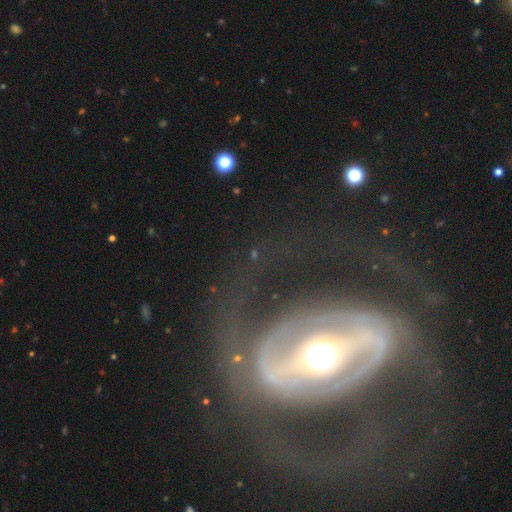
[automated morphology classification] smooth-or-featured: featured or disk: 84% | smooth: 10% | star or artifact: 7%
  disk-edge-on: no: 93% | yes: 7%
    bar: strong: 59% | no: 21% | weak: 20%
    has-spiral-arms: yes: 67% | no: 33%
      spiral-winding: tight: 41% | medium: 38% | loose: 20%
      spiral-arm-count: 2: 74% | can't tell: 13% | 1: 5% | 3: 3% | 4: 2% | more than 4: 2%
    bulge-size: moderate: 62% | large: 22% | small: 10% | dominant: 4% | none: 1%
  merging: none: 66% | major disturbance: 19% | minor disturbance: 13% | merger: 2%